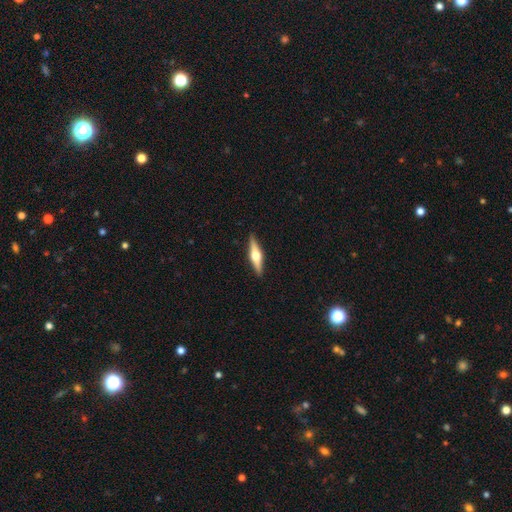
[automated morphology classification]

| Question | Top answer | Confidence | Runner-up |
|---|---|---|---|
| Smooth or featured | featured or disk | 68% | smooth (27%) |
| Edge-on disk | yes | 97% | no (3%) |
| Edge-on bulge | rounded | 95% | boxy (3%) |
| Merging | none | 91% | minor disturbance (6%) |